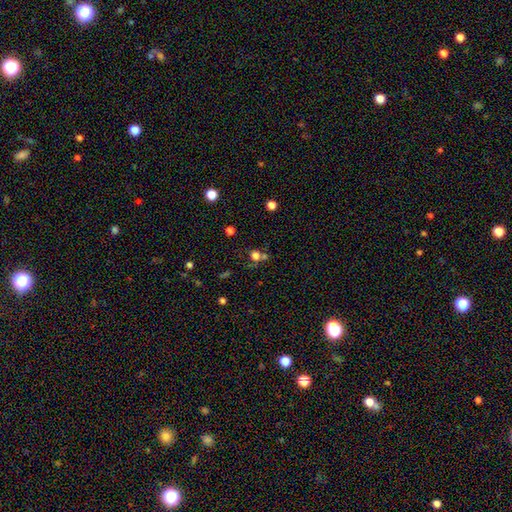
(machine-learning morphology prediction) smooth 69%, star or artifact 21%, featured or disk 10%. Down the decision tree: how rounded — round (77%); merging — none (51%).